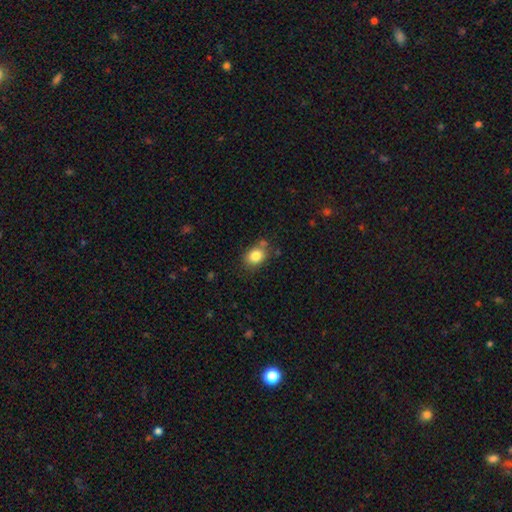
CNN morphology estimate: Smooth or featured? smooth (83%)
How rounded? in between (55%)
Merging? none (72%)